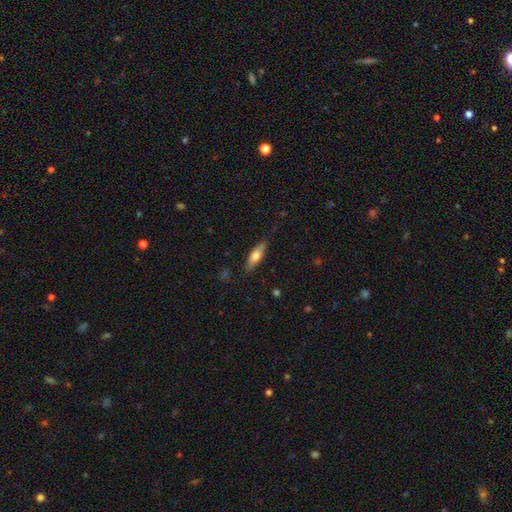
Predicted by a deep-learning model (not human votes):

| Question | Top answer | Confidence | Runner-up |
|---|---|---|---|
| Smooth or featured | smooth | 60% | featured or disk (34%) |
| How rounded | cigar-shaped | 61% | in between (37%) |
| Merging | none | 84% | minor disturbance (13%) |